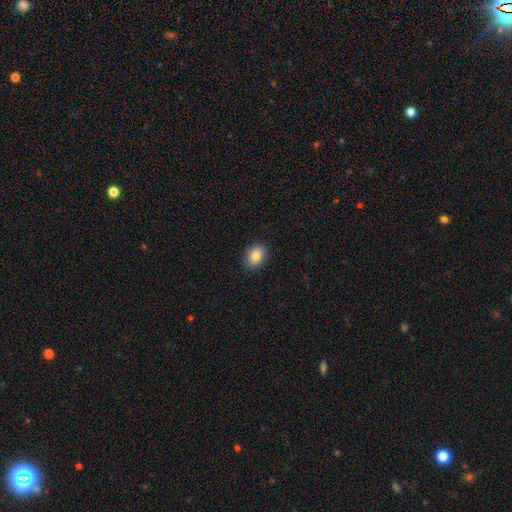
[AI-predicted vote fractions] This is clearly a smooth galaxy (84%). How rounded: likely in between (69%). Merging: clearly none (88%).